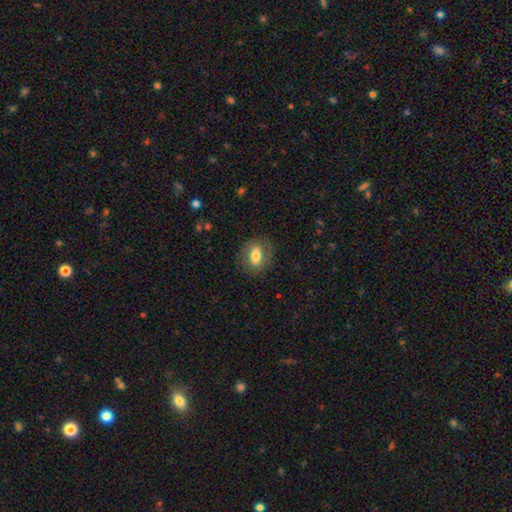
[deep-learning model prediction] Smooth or featured? smooth (64%)
How rounded? in between (75%)
Merging? none (78%)